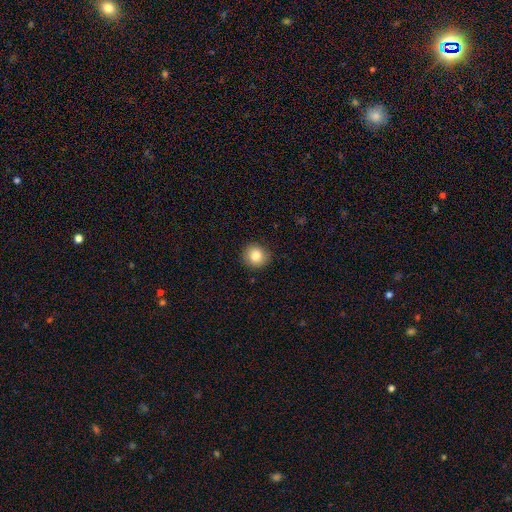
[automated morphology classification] This appears to be a smooth galaxy with no disk features (86%) that is round (87%). Merging: none (88%).